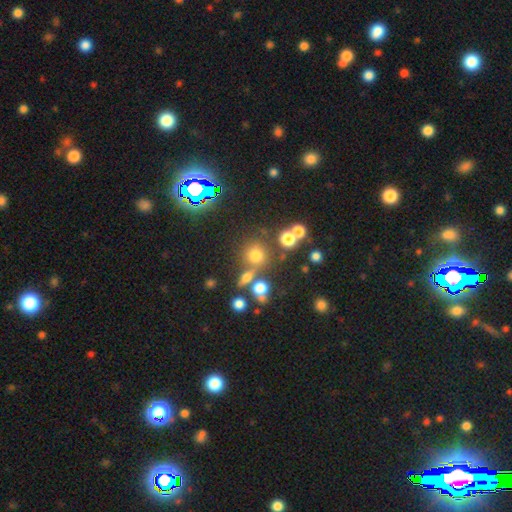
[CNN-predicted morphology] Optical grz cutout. It shows a smooth galaxy with no disk features (67%) that is round (87%). Merging: none (63%).